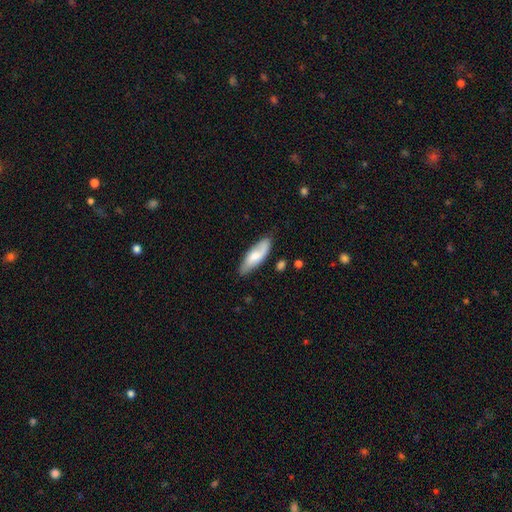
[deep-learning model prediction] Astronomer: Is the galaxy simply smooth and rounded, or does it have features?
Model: smooth — 65%.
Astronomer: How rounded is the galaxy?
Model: in between — 61% (runner-up: cigar-shaped, 37%).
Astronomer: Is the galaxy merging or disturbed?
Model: none — 77%.